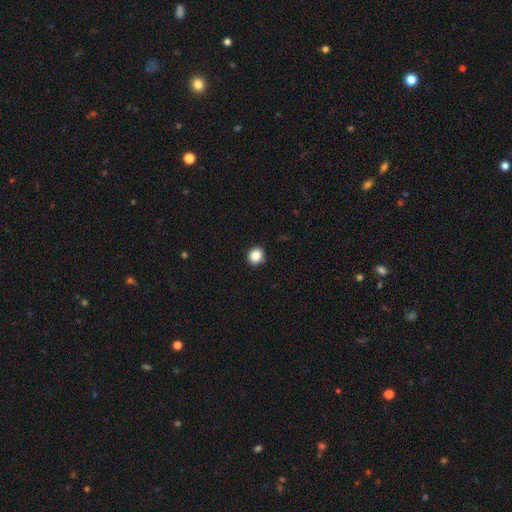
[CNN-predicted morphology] Smooth or featured? smooth (86%)
How rounded? round (80%)
Merging? none (89%)